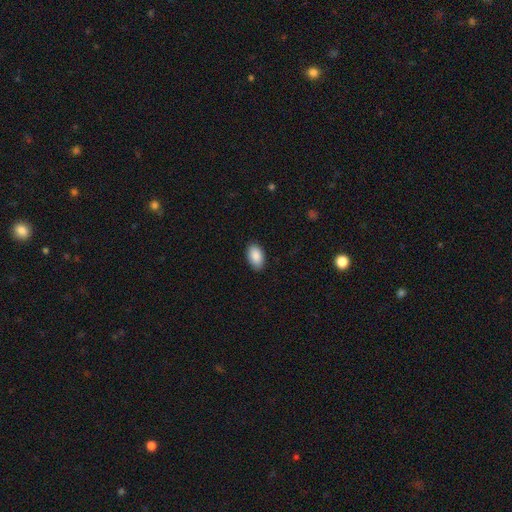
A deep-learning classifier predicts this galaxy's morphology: smooth-or-featured: smooth: 89% | star or artifact: 6% | featured or disk: 4%
  how-rounded: in between: 94% | round: 5% | cigar-shaped: 1%
  merging: none: 88% | minor disturbance: 9% | major disturbance: 2% | merger: 1%